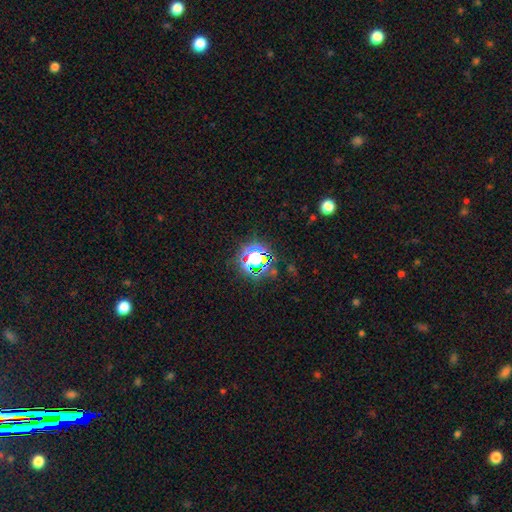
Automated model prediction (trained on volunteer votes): Q: Smooth or featured?
A: star or artifact (65%); runner-up: smooth (24%)